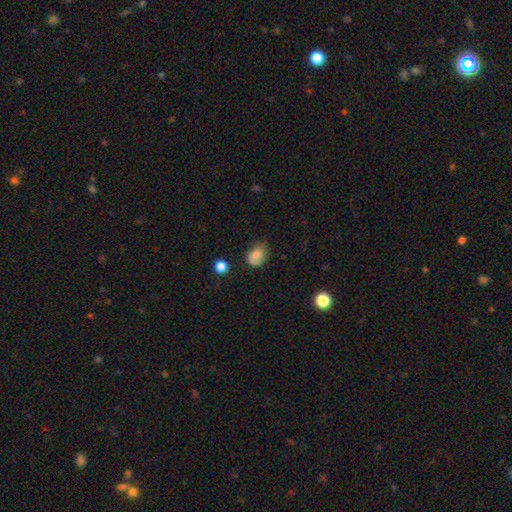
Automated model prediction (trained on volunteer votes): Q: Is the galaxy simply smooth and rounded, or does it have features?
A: smooth — 78%.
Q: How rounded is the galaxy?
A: in between — 70%.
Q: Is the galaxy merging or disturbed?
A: none — 53%.